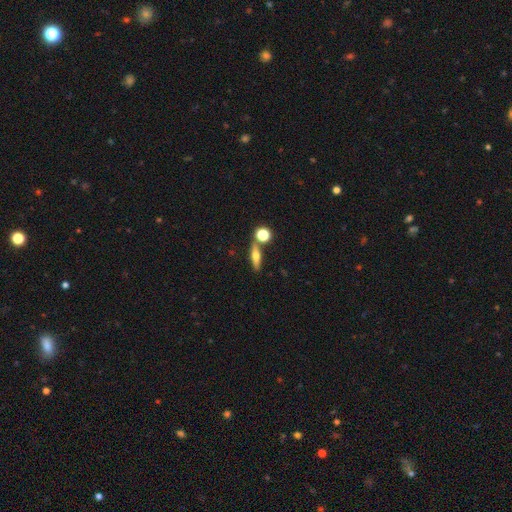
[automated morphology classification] Overall: smooth (49%; featured or disk 41%). Merging: none (74%).